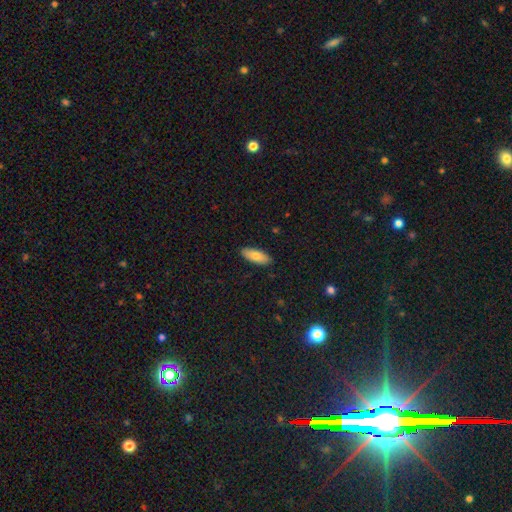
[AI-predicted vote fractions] This is likely a smooth galaxy (78%). How rounded: likely in between (77%). Merging: clearly none (89%).